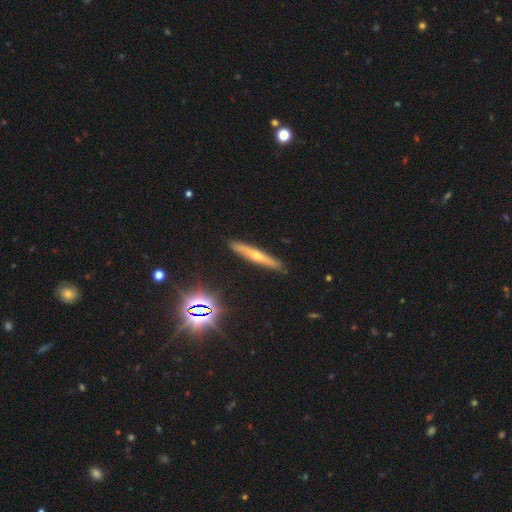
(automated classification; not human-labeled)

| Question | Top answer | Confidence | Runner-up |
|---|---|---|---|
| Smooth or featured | featured or disk | 53% | smooth (34%) |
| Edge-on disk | yes | 92% | no (8%) |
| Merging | none | 89% | minor disturbance (8%) |